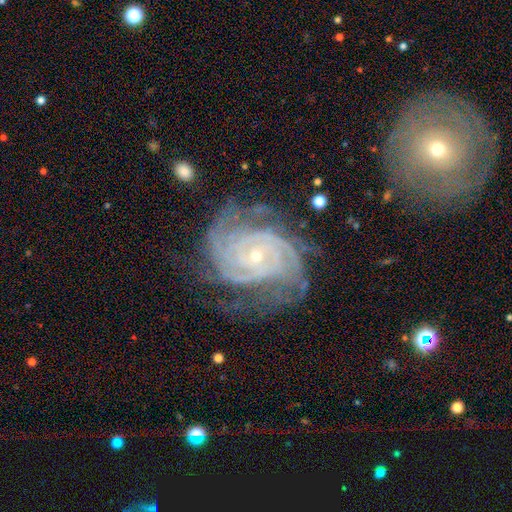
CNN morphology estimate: Smooth or featured? featured or disk (92%)
Edge-on disk? no (97%)
Bar? no (73%)
Spiral arms? yes (98%)
Spiral winding? tight (78%)
Spiral arm count? 4 (27%)
Bulge size? small (78%)
Merging? none (67%)